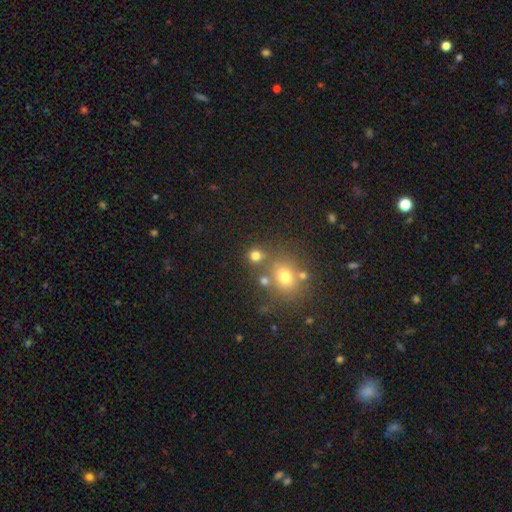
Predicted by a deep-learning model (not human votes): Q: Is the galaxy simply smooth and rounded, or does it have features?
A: smooth — 75%.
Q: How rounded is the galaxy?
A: round — 86%.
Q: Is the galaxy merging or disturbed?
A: none — 69%.